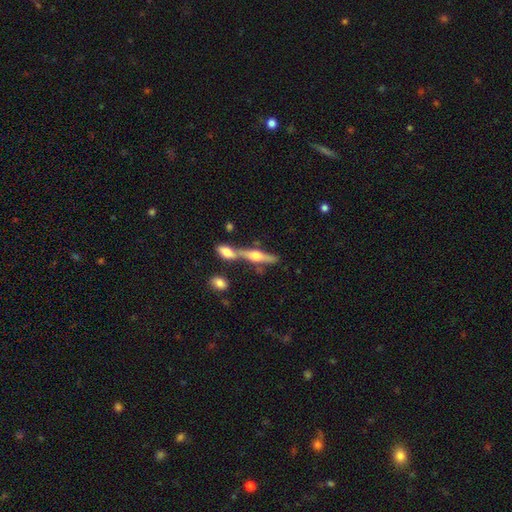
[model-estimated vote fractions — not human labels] A featured or disk galaxy (64%) viewed edge-on (94%) with a rounded central bulge (93%). Merging: none (53%).